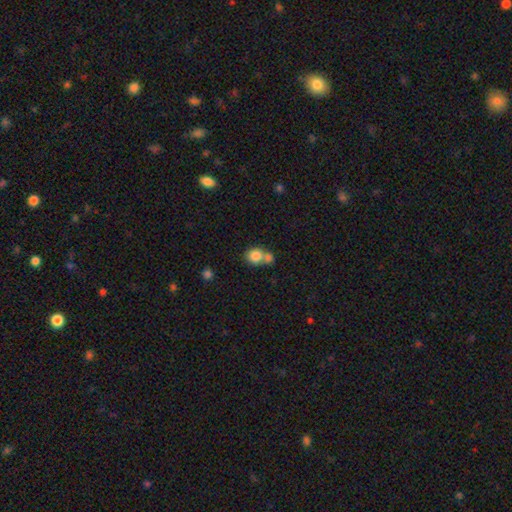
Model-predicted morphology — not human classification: Overall: smooth (82%). How rounded: round (77%). Merging: merger (49%; none 40%).